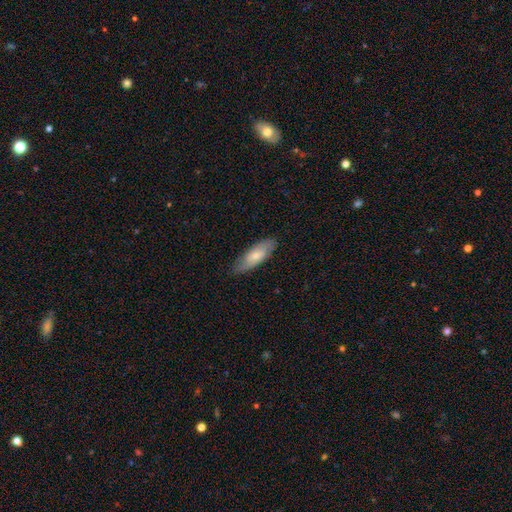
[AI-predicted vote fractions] A smooth galaxy with no disk features (63%) that is in between round and cigar-shaped (64%).

Vote fractions:
- Smooth or featured? smooth: 63% / featured or disk: 32% / star or artifact: 5%
- How rounded? in between: 64% / cigar-shaped: 34% / round: 2%
- Merging? none: 81% / minor disturbance: 15% / major disturbance: 3% / merger: 1%